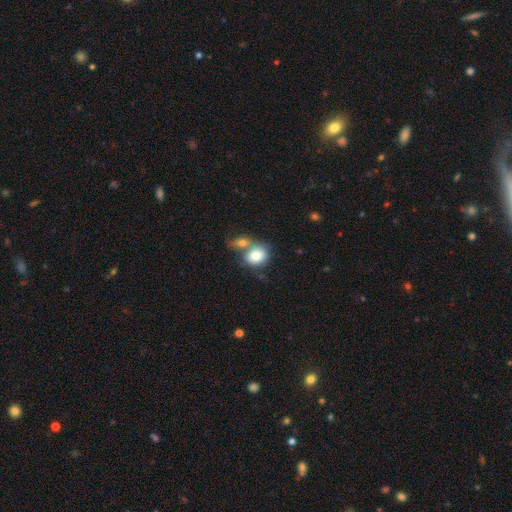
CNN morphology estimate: Smooth or featured? smooth (78%)
How rounded? round (57%)
Merging? merger (50%)